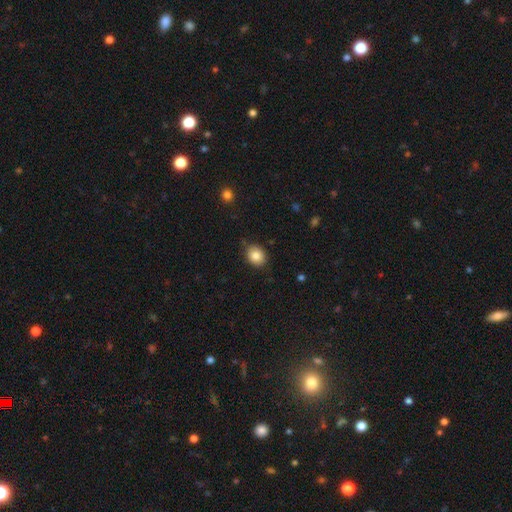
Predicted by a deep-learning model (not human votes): This appears to be a smooth galaxy with no disk features (84%) that is round (54%). Merging: none (82%).